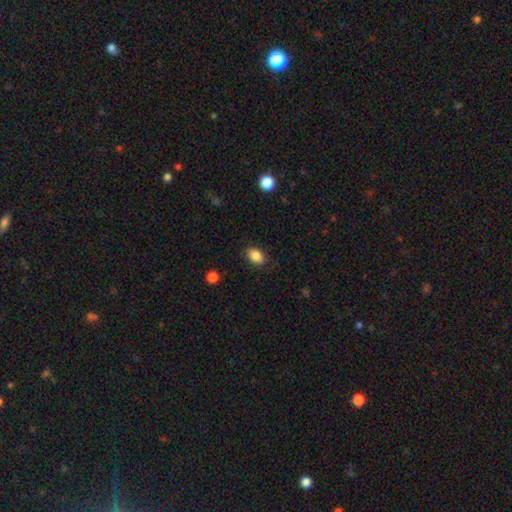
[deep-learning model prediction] smooth-or-featured: smooth: 86% | star or artifact: 8% | featured or disk: 6%
  how-rounded: in between: 85% | round: 13% | cigar-shaped: 1%
  merging: none: 85% | minor disturbance: 11% | major disturbance: 3% | merger: 1%